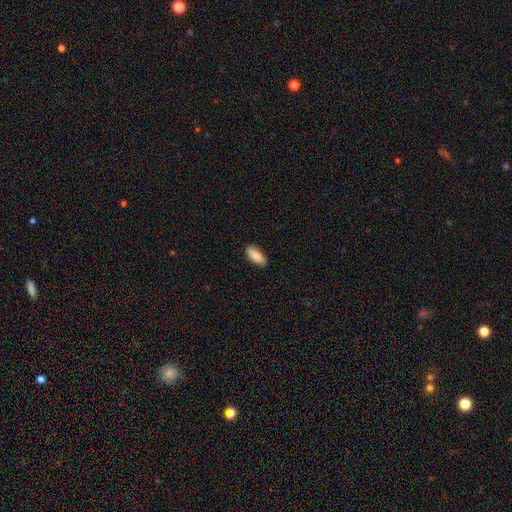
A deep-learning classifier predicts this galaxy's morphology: smooth 89%, star or artifact 6%, featured or disk 5%. Down the decision tree: how rounded — in between (85%); merging — none (86%).